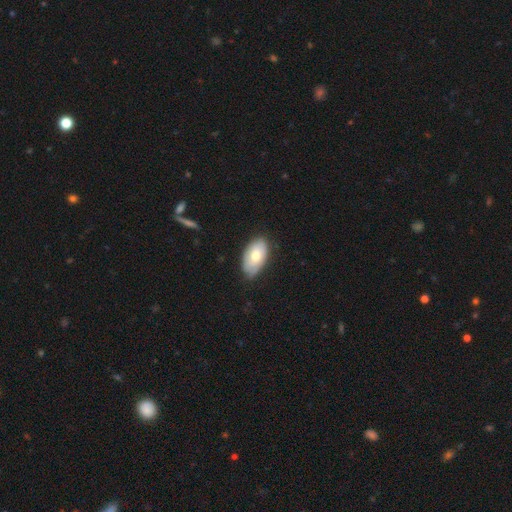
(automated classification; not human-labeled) Smooth or featured? smooth (70%)
How rounded? in between (94%)
Merging? none (73%)